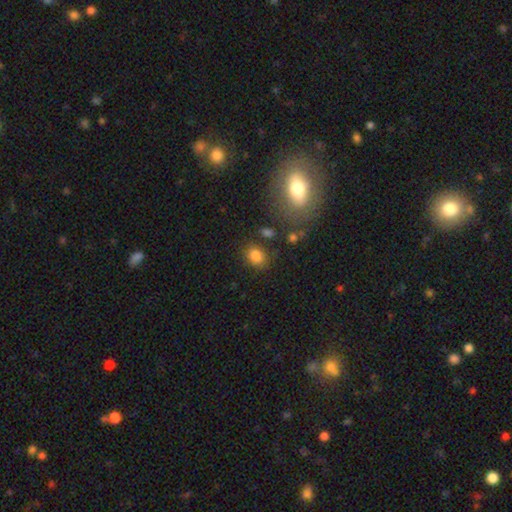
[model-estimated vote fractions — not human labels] Smooth or featured?
  - smooth: 82% *
  - star or artifact: 12%
  - featured or disk: 5%
How rounded?
  - in between: 52% *
  - round: 47%
  - cigar-shaped: 1%
Merging?
  - none: 75% *
  - minor disturbance: 15%
  - merger: 5%
  - major disturbance: 5%